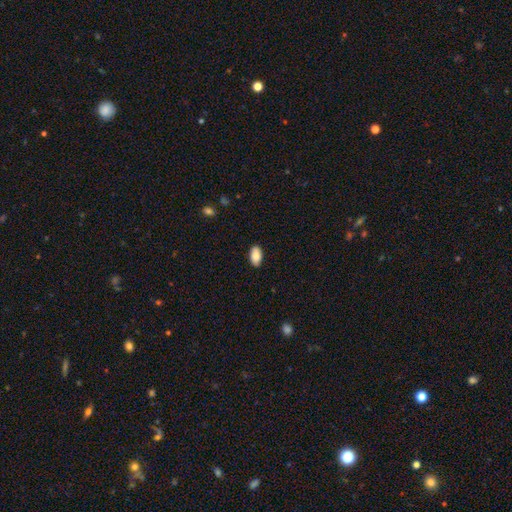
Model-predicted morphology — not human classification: smooth_or_featured: smooth (p=0.87) [alt: star or artifact p=0.07]
how_rounded: in between (p=0.94) [alt: round p=0.04]
merging: none (p=0.87) [alt: minor disturbance p=0.10]